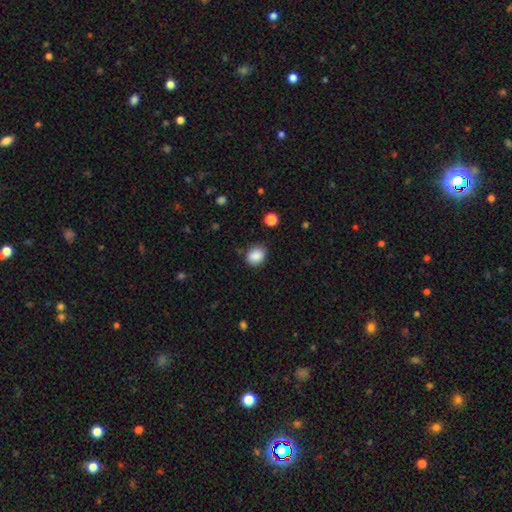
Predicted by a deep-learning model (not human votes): Smooth or featured: smooth — 87% (star or artifact — 9%)
How rounded: round — 53% (in between — 46%)
Merging: none — 79% (minor disturbance — 16%)